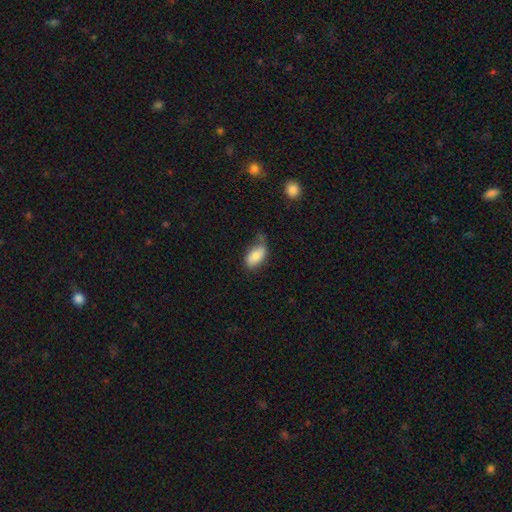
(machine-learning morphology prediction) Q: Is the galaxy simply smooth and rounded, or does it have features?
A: smooth — 83%.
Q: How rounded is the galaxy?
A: in between — 93%.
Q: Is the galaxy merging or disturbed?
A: none — 51%.